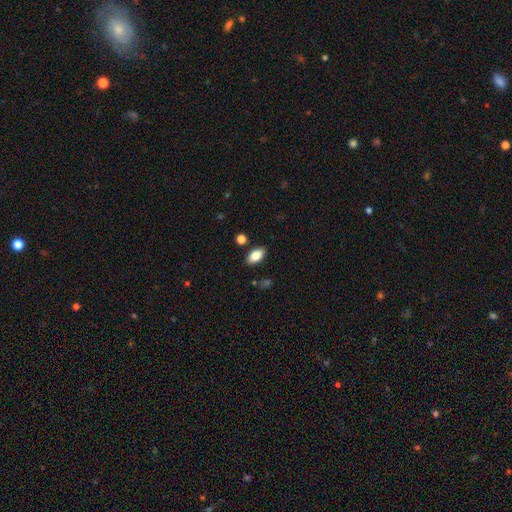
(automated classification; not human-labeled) smooth-or-featured: smooth: 82% | featured or disk: 11% | star or artifact: 8%
  how-rounded: in between: 92% | round: 5% | cigar-shaped: 4%
  merging: none: 85% | minor disturbance: 10% | merger: 3% | major disturbance: 2%